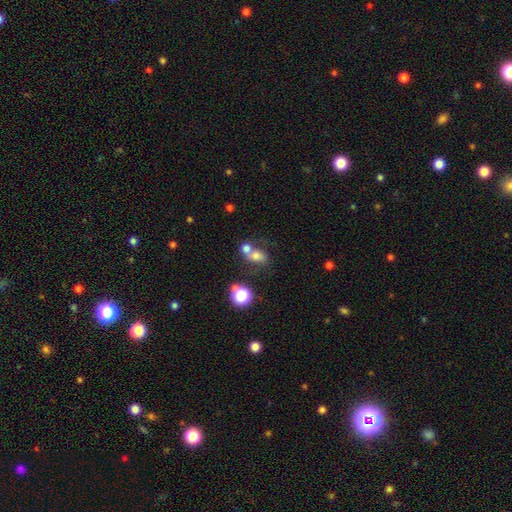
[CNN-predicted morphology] Smooth or featured: smooth — 64% (featured or disk — 19%)
How rounded: in between — 57% (round — 40%)
Merging: merger — 51% (none — 31%)